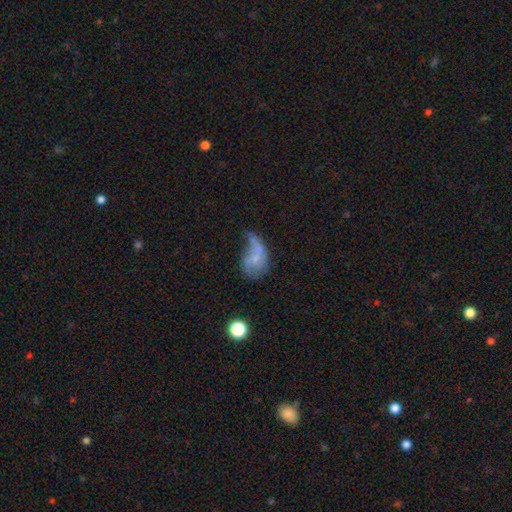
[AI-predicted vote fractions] smooth-or-featured: featured or disk: 53% | smooth: 36% | star or artifact: 11%
  disk-edge-on: no: 97% | yes: 3%
    bar: no: 69% | weak: 26% | strong: 5%
    has-spiral-arms: yes: 62% | no: 38%
    bulge-size: small: 51% | none: 30% | moderate: 15% | large: 2% | dominant: 1%
  merging: major disturbance: 36% | minor disturbance: 25% | none: 25% | merger: 14%